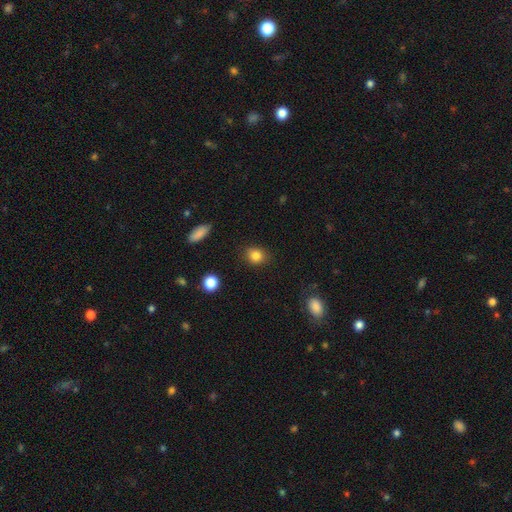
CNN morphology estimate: Smooth or featured?
  - smooth: 84% *
  - star or artifact: 11%
  - featured or disk: 5%
How rounded?
  - round: 63% *
  - in between: 36%
  - cigar-shaped: 1%
Merging?
  - none: 85% *
  - minor disturbance: 11%
  - major disturbance: 3%
  - merger: 1%